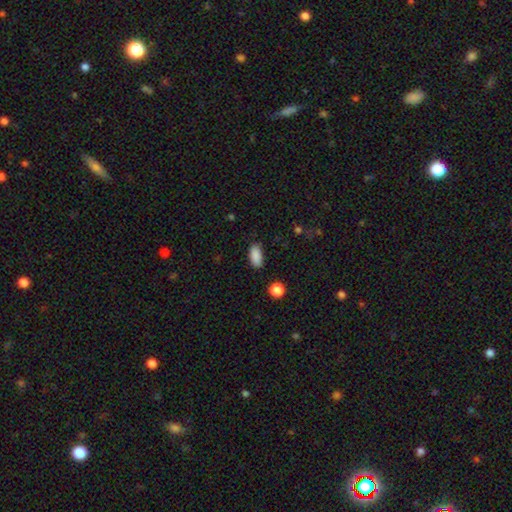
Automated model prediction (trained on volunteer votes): smooth_or_featured: smooth (p=0.89) [alt: star or artifact p=0.08]
how_rounded: in between (p=0.90) [alt: cigar-shaped p=0.07]
merging: none (p=0.84) [alt: minor disturbance p=0.11]